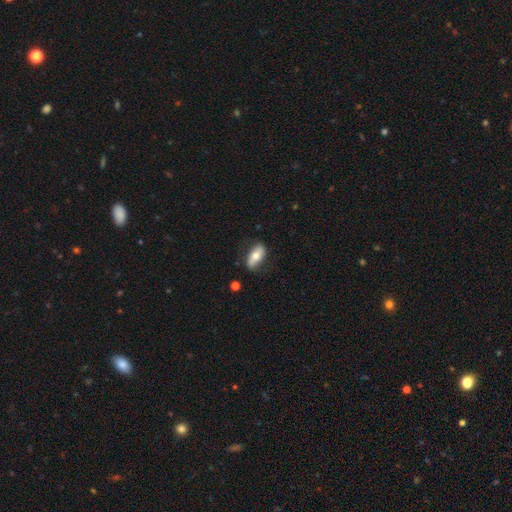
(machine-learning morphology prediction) The model was most divided on "smooth or featured": smooth: 60%, featured or disk: 33%, star or artifact: 6%. More confident: how rounded — in between (84%); merging — none (75%).